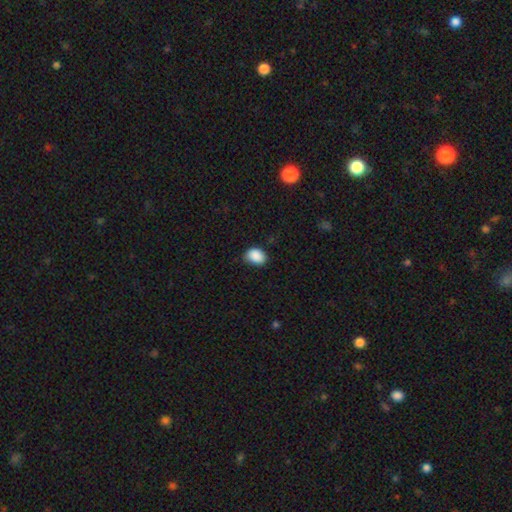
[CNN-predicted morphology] Smooth or featured?
  - smooth: 89% *
  - star or artifact: 8%
  - featured or disk: 3%
How rounded?
  - in between: 68% *
  - round: 31%
  - cigar-shaped: 1%
Merging?
  - none: 73% *
  - minor disturbance: 23%
  - major disturbance: 4%
  - merger: 1%